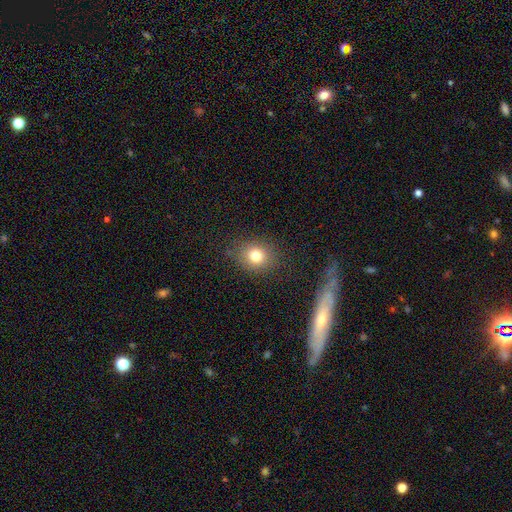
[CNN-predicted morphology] type=smooth (79%); roundness=round (69%); merging=none (84%).